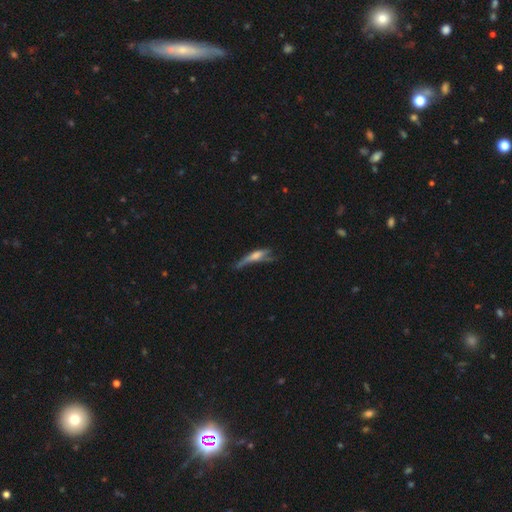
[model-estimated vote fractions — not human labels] smooth_or_featured: featured or disk (p=0.52) [alt: smooth p=0.38]
disk_edge_on: yes (p=0.72) [alt: no p=0.28]
merging: major disturbance (p=0.35) [alt: none p=0.32]